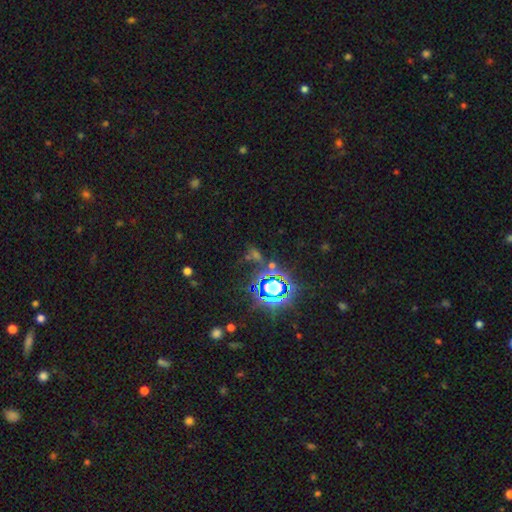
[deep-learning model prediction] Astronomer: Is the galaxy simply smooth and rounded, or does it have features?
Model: star or artifact — 71%.